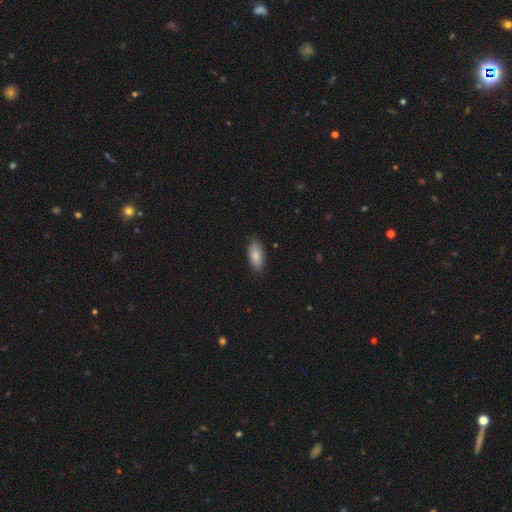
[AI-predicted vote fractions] smooth 86%, featured or disk 8%, star or artifact 6%. Down the decision tree: how rounded — in between (87%); merging — none (85%).